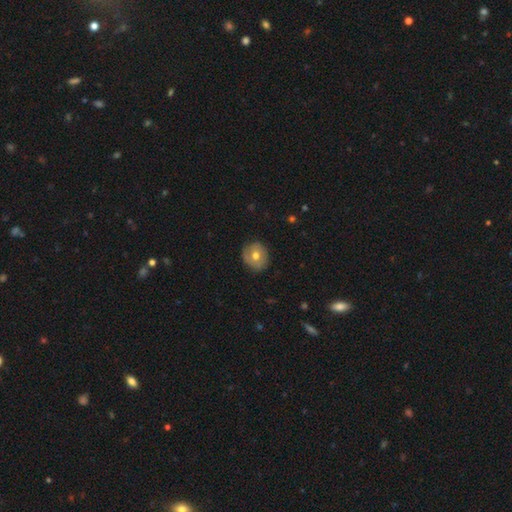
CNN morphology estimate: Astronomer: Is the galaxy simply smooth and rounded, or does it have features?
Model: smooth — 61%.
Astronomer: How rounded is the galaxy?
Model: round — 84%.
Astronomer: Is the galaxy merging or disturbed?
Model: none — 82%.